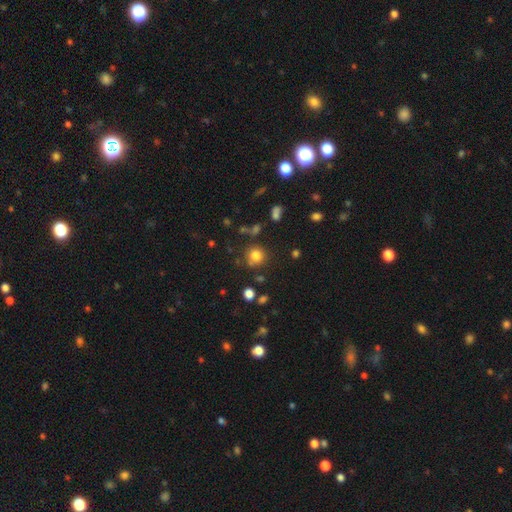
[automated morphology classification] smooth-or-featured: smooth: 79% | star or artifact: 14% | featured or disk: 7%
  how-rounded: round: 87% | in between: 12% | cigar-shaped: 1%
  merging: none: 74% | minor disturbance: 13% | merger: 8% | major disturbance: 5%